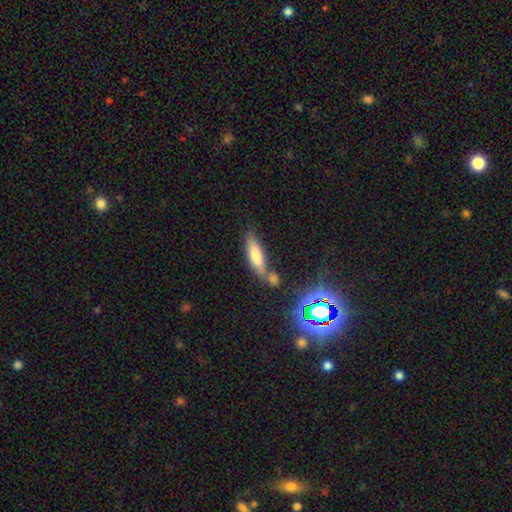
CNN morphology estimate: The model was most divided on "how rounded": cigar-shaped: 60%, in between: 36%, round: 3%. More confident: smooth or featured — smooth (63%); merging — none (56%).